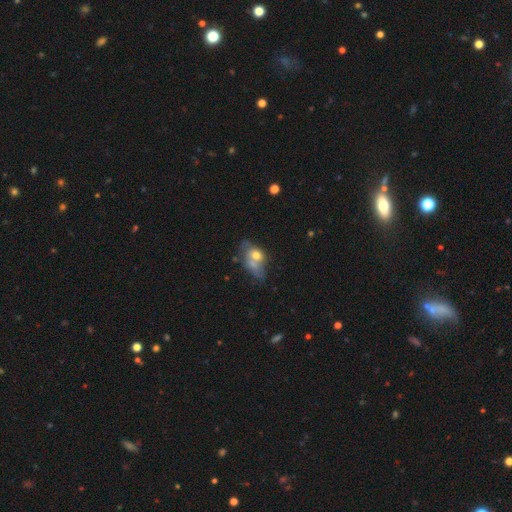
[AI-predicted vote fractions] smooth-or-featured: smooth: 57% | featured or disk: 33% | star or artifact: 10%
  how-rounded: in between: 77% | round: 20% | cigar-shaped: 3%
  merging: merger: 36% | major disturbance: 22% | none: 22% | minor disturbance: 20%